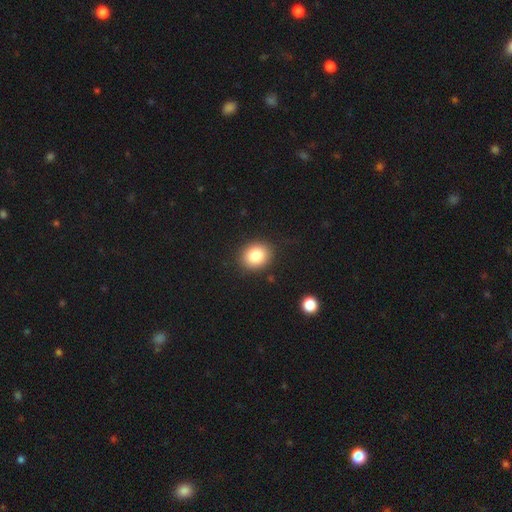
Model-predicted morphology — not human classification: type=smooth (84%); roundness=round (63%); merging=none (88%).